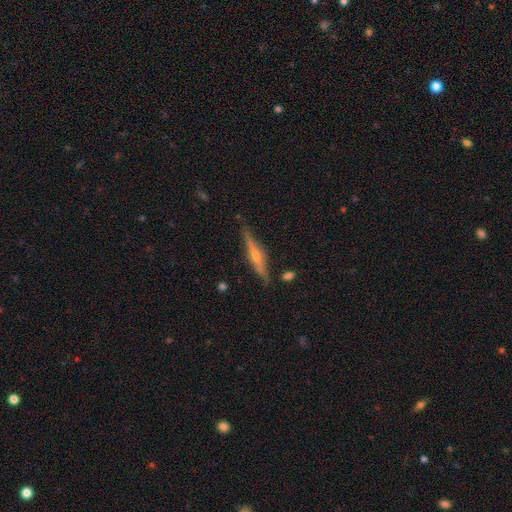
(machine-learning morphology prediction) Smooth or featured? Predicted: featured or disk (p=0.77). Edge-on disk? Predicted: yes (p=0.96). Edge-on bulge? Predicted: rounded (p=0.84). Merging? Predicted: none (p=0.84).